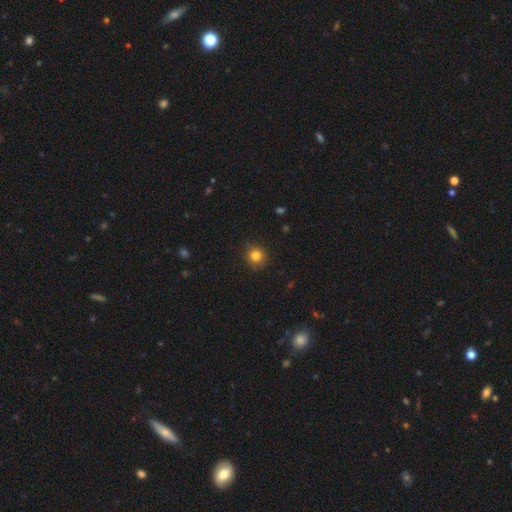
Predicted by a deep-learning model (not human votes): Smooth or featured?
  - smooth: 82% *
  - star or artifact: 12%
  - featured or disk: 5%
How rounded?
  - round: 93% *
  - in between: 6%
  - cigar-shaped: 1%
Merging?
  - none: 90% *
  - minor disturbance: 7%
  - major disturbance: 2%
  - merger: 1%